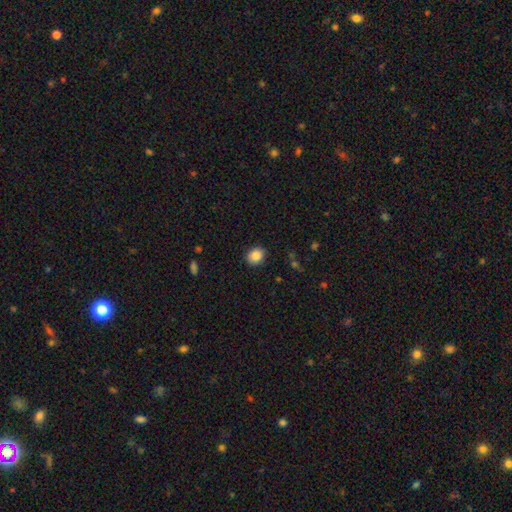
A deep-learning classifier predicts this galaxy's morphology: Smooth or featured? Predicted: smooth (p=0.86). How rounded? Predicted: round (p=0.66). Merging? Predicted: none (p=0.89).